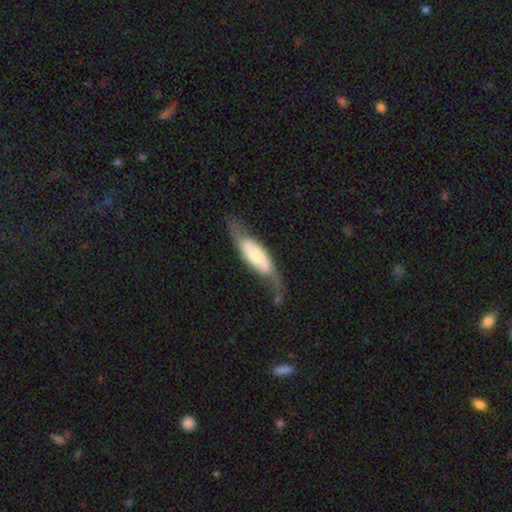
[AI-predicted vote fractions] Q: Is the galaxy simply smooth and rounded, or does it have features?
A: featured or disk — 62%.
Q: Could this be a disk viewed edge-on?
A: no — 72%.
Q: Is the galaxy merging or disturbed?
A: none — 54%.